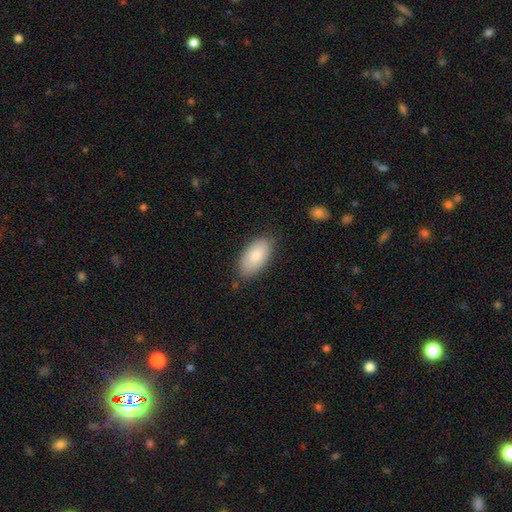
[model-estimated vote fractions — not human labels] Q: Smooth or featured?
A: smooth (84%); runner-up: featured or disk (10%)
Q: How rounded?
A: in between (95%); runner-up: round (3%)
Q: Merging?
A: none (81%); runner-up: minor disturbance (14%)